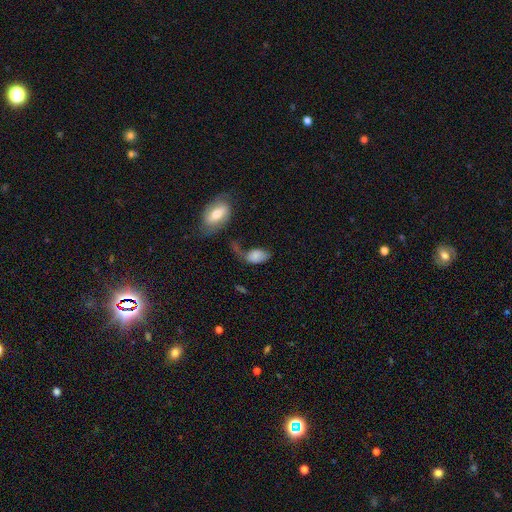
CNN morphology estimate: Smooth or featured? smooth (75%)
How rounded? in between (92%)
Merging? none (29%)